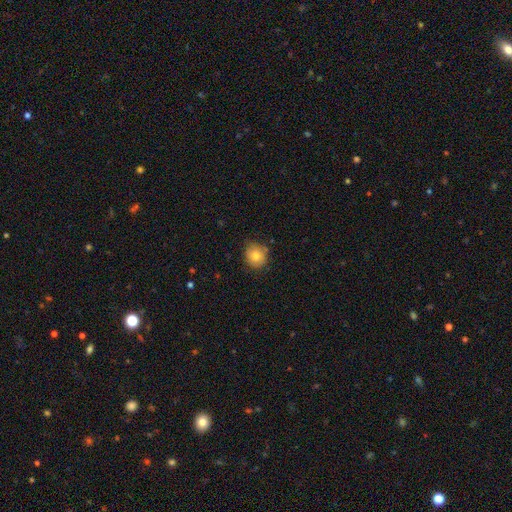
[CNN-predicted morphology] smooth-or-featured: smooth: 77% | featured or disk: 14% | star or artifact: 9%
  how-rounded: round: 83% | in between: 16% | cigar-shaped: 1%
  merging: none: 75% | minor disturbance: 20% | major disturbance: 3% | merger: 2%